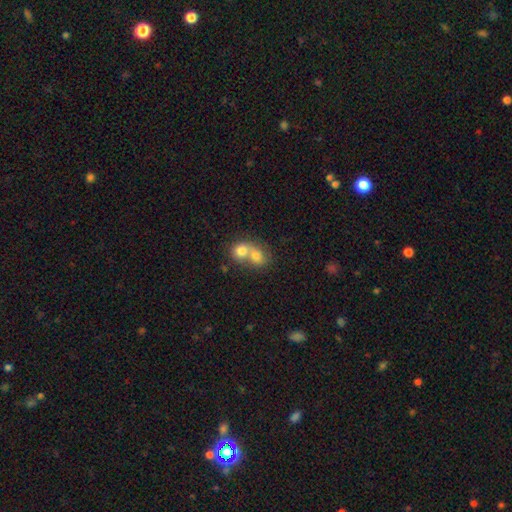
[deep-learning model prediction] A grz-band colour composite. It shows a smooth galaxy with no disk features (73%) that is round (60%). Merging: merger (74%).